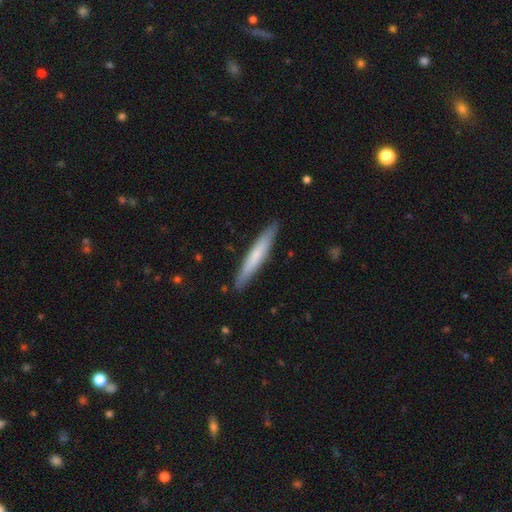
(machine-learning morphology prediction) This is likely a smooth galaxy (62%). How rounded: clearly cigar-shaped (95%). Merging: clearly none (90%).